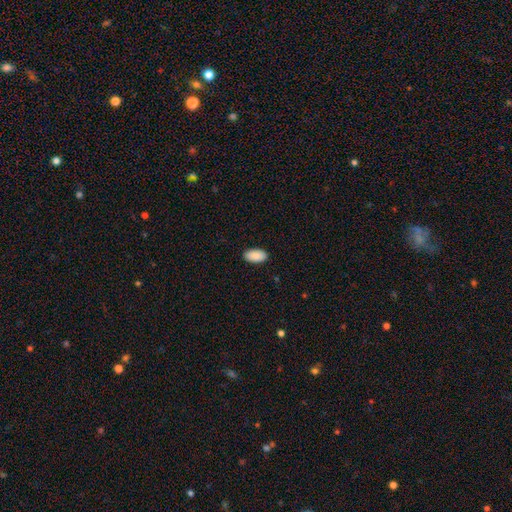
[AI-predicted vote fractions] Smooth or featured? Predicted: smooth (p=0.91). How rounded? Predicted: in between (p=0.96). Merging? Predicted: none (p=0.90).